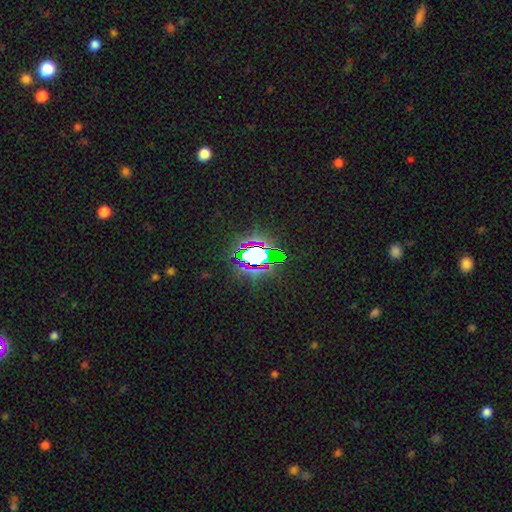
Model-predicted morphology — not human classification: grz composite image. It shows a star or artifact, not a galaxy (69%).